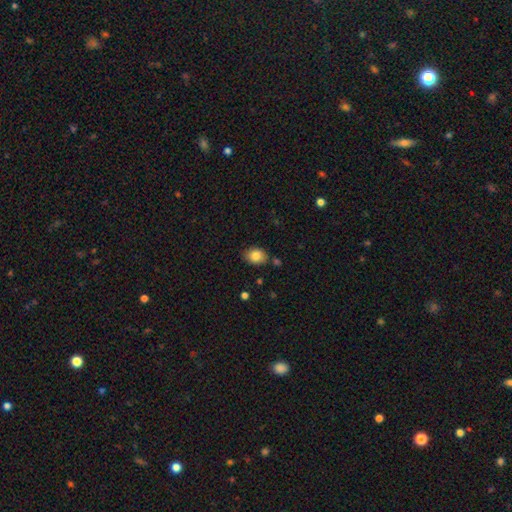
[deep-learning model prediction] Q: Smooth or featured?
A: smooth (83%); runner-up: star or artifact (9%)
Q: How rounded?
A: in between (64%); runner-up: round (35%)
Q: Merging?
A: none (80%); runner-up: minor disturbance (14%)